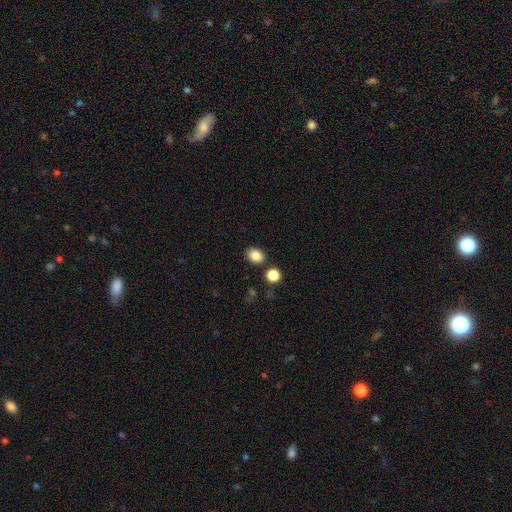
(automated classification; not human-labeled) The model was most divided on "how rounded": in between: 55%, round: 44%, cigar-shaped: 1%. More confident: smooth or featured — smooth (85%); merging — none (82%).